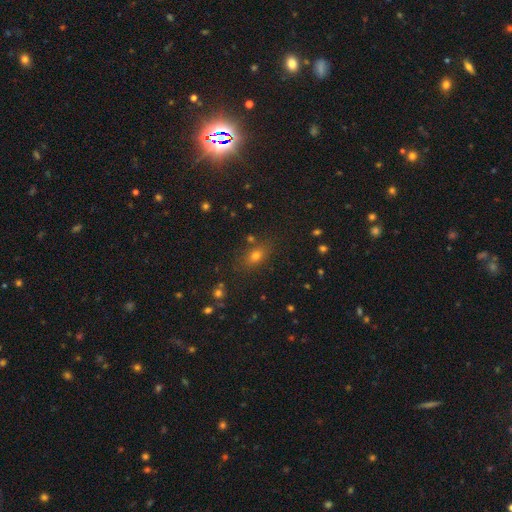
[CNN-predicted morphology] Smooth or featured? smooth (68%)
How rounded? in between (69%)
Merging? none (80%)